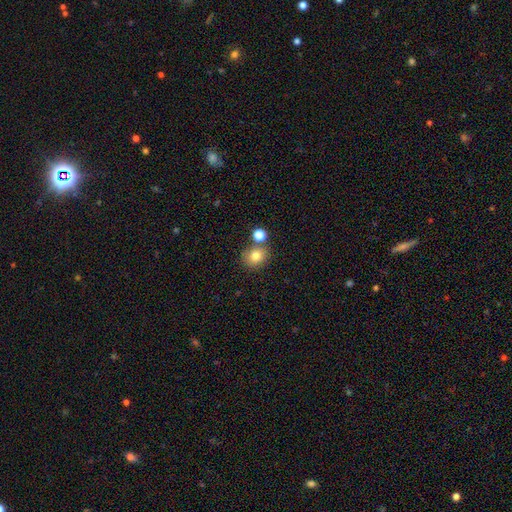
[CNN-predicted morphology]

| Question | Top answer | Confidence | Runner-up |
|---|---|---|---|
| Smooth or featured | smooth | 79% | star or artifact (12%) |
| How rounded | round | 69% | in between (30%) |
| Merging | none | 69% | merger (18%) |